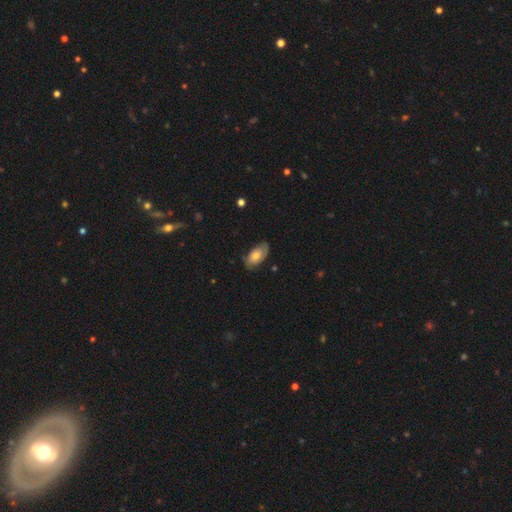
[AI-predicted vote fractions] Smooth or featured?
  - smooth: 59% *
  - featured or disk: 34%
  - star or artifact: 7%
How rounded?
  - in between: 93% *
  - round: 3%
  - cigar-shaped: 3%
Merging?
  - none: 73% *
  - minor disturbance: 21%
  - major disturbance: 4%
  - merger: 1%